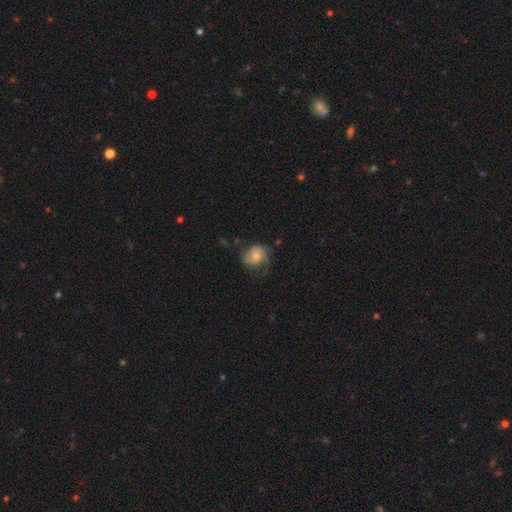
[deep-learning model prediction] A smooth galaxy with no disk features (46%).

Vote fractions:
- Smooth or featured? smooth: 46% / featured or disk: 45% / star or artifact: 8%
- Merging? none: 48% / minor disturbance: 29% / major disturbance: 21% / merger: 2%